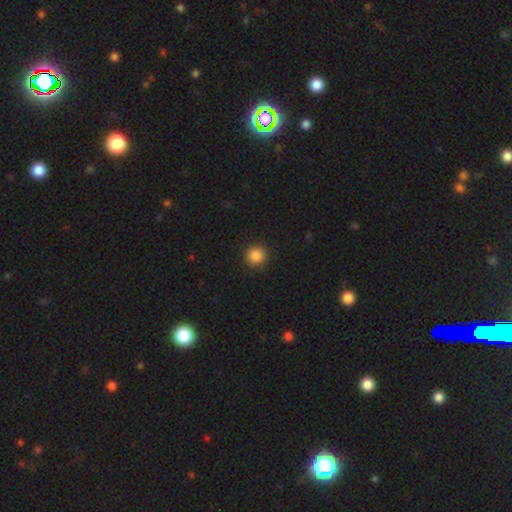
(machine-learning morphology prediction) Smooth or featured? Predicted: smooth (p=0.86). How rounded? Predicted: round (p=0.94). Merging? Predicted: none (p=0.92).